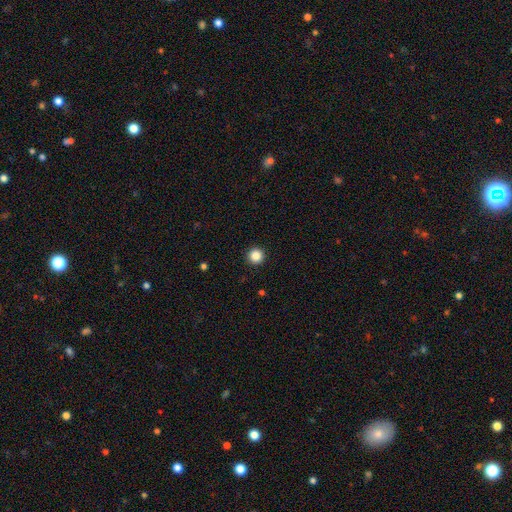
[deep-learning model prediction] The model was most divided on "smooth or featured": smooth: 86%, star or artifact: 11%, featured or disk: 3%. More confident: how rounded — round (96%); merging — none (94%).